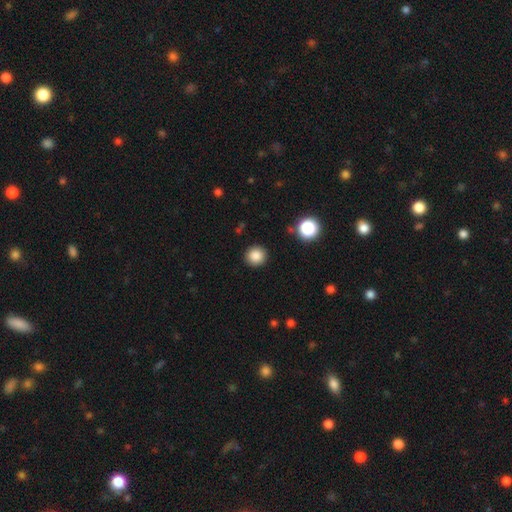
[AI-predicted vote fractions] Smooth or featured? smooth (85%)
How rounded? round (91%)
Merging? none (91%)